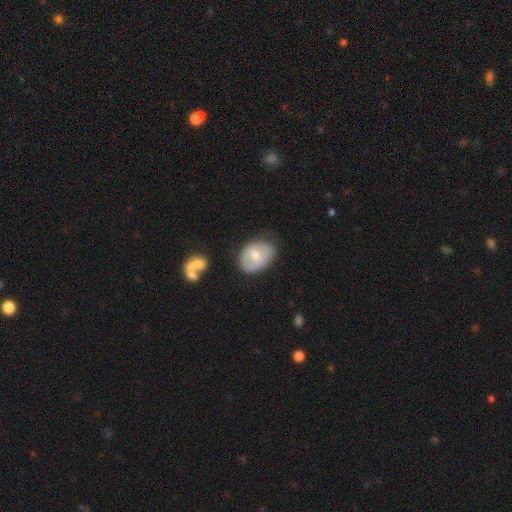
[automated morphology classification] A smooth galaxy with no disk features (59%) that is in between round and cigar-shaped (71%).

Vote fractions:
- Smooth or featured? smooth: 59% / featured or disk: 35% / star or artifact: 6%
- How rounded? in between: 71% / round: 28% / cigar-shaped: 1%
- Merging? none: 67% / minor disturbance: 23% / major disturbance: 7% / merger: 3%